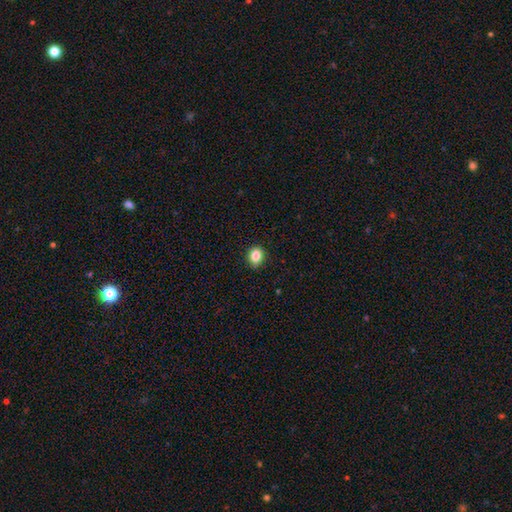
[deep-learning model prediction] smooth-or-featured: smooth: 84% | star or artifact: 10% | featured or disk: 6%
  how-rounded: round: 52% | in between: 46% | cigar-shaped: 1%
  merging: none: 82% | minor disturbance: 14% | major disturbance: 2% | merger: 1%